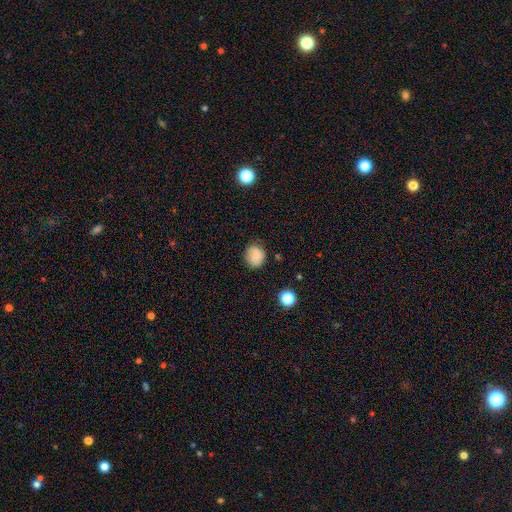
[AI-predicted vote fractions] Smooth or featured? smooth (83%)
How rounded? round (73%)
Merging? none (78%)